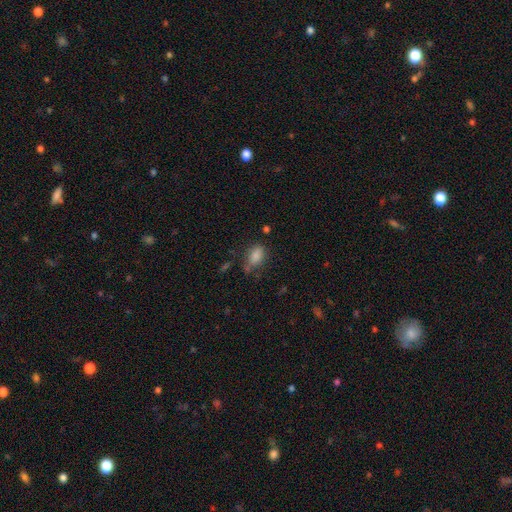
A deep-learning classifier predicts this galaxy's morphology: smooth-or-featured: smooth: 81% | star or artifact: 12% | featured or disk: 7%
  how-rounded: in between: 86% | round: 10% | cigar-shaped: 4%
  merging: none: 64% | minor disturbance: 22% | major disturbance: 7% | merger: 6%